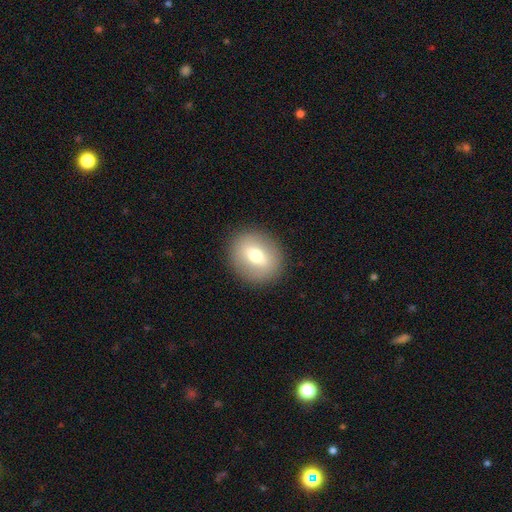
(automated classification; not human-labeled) smooth 63%, featured or disk 28%, star or artifact 9%. Down the decision tree: how rounded — round (69%); merging — none (89%).